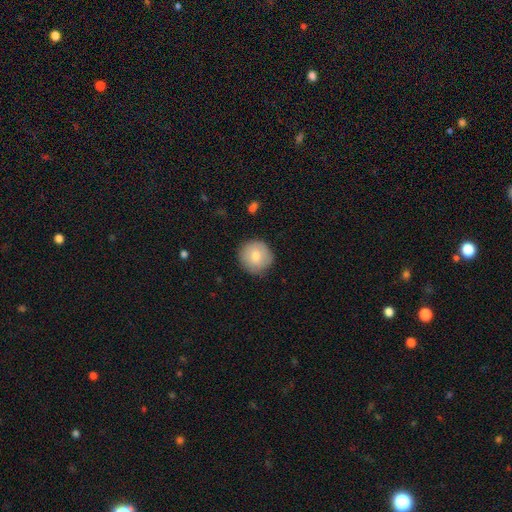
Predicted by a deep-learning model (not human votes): Q: Smooth or featured?
A: smooth (77%); runner-up: featured or disk (16%)
Q: How rounded?
A: round (94%); runner-up: in between (5%)
Q: Merging?
A: none (86%); runner-up: minor disturbance (11%)